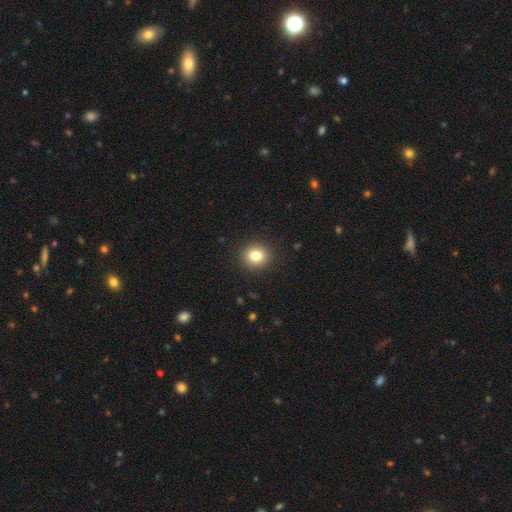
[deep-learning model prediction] smooth 81%, star or artifact 11%, featured or disk 8%. Down the decision tree: how rounded — round (84%); merging — none (91%).